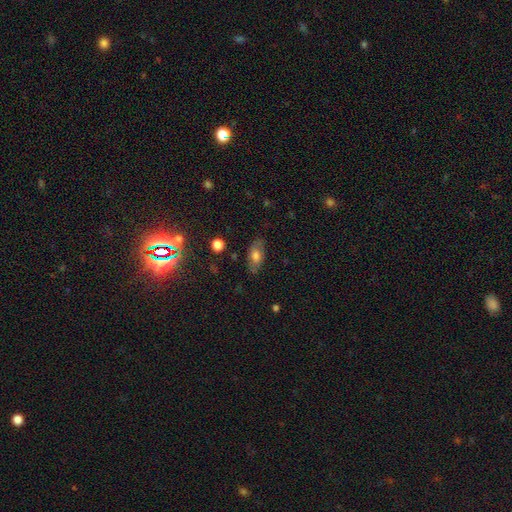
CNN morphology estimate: A smooth galaxy with no disk features (65%) that is in between round and cigar-shaped (88%). Merging: none (79%).